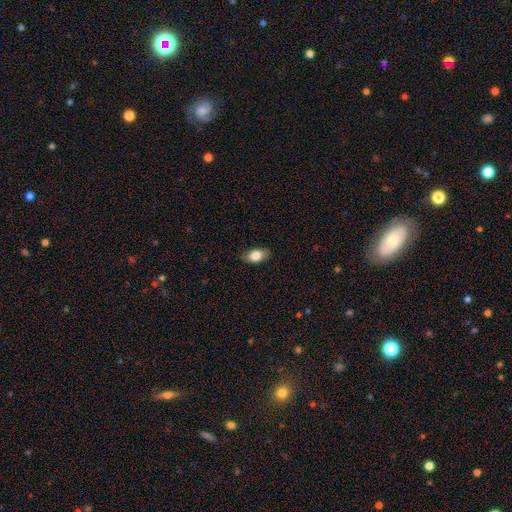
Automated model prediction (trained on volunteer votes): A smooth galaxy with no disk features (81%) that is in between round and cigar-shaped (88%). Merging: none (83%).